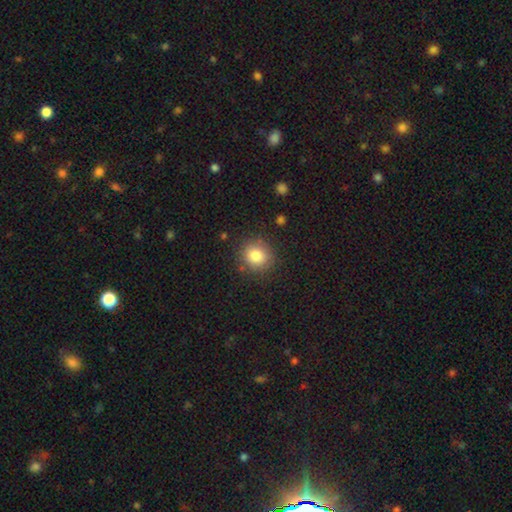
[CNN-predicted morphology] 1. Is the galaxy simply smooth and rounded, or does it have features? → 82% smooth, 11% star or artifact, 7% featured or disk.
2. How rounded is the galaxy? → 84% round, 15% in between, 1% cigar-shaped.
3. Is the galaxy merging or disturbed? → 86% none, 10% minor disturbance, 3% major disturbance, 2% merger.